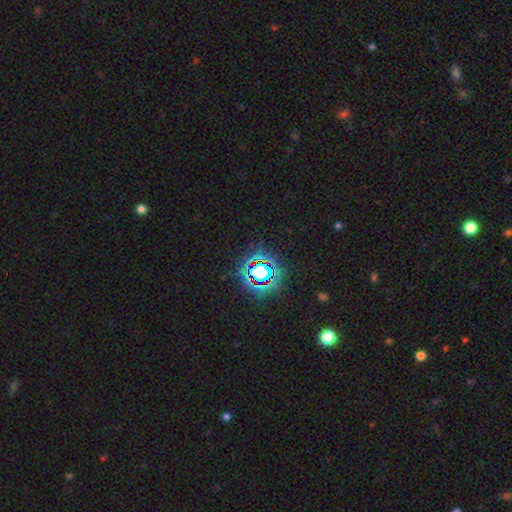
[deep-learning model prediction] This appears to be a star or artifact, not a galaxy (78%).